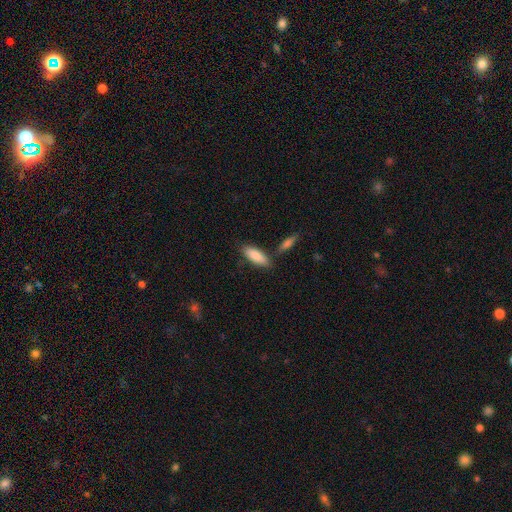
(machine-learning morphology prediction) Overall: smooth (86%). How rounded: in between (71%). Merging: none (72%).